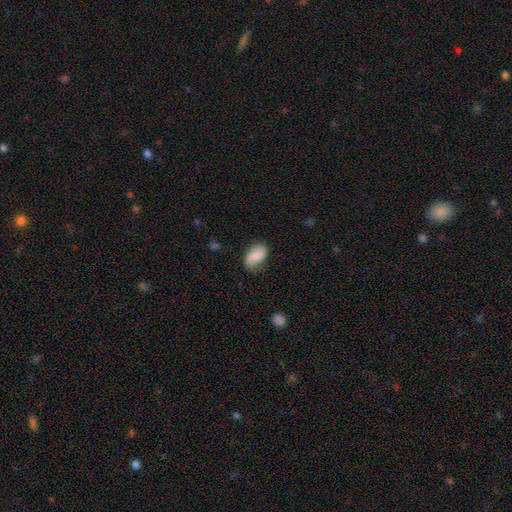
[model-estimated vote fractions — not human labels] This is likely a smooth galaxy (78%). How rounded: clearly in between (92%). Merging: likely none (70%).